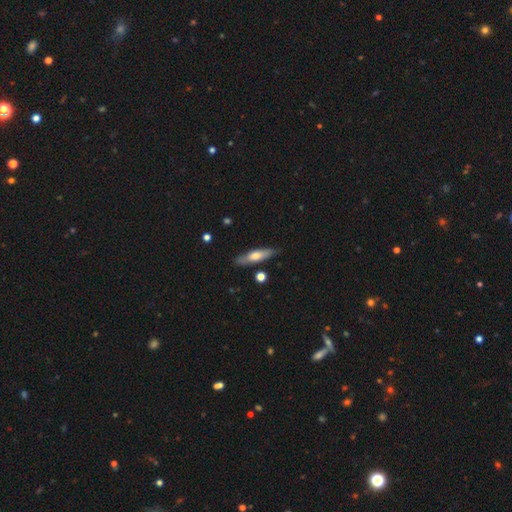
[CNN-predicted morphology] This appears to be a smooth galaxy with no disk features (53%) that is cigar-shaped (74%). Merging: none (81%).